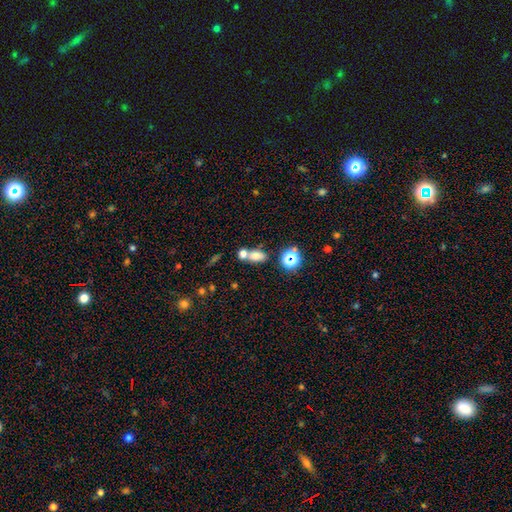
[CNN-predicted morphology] Smooth or featured?
  - smooth: 70% *
  - star or artifact: 18%
  - featured or disk: 12%
How rounded?
  - in between: 72% *
  - round: 22%
  - cigar-shaped: 5%
Merging?
  - merger: 43% *
  - none: 42%
  - minor disturbance: 10%
  - major disturbance: 5%